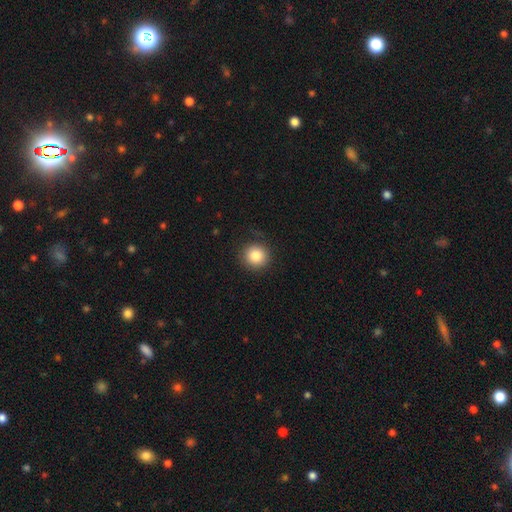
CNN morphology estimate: The model was most divided on "smooth or featured": smooth: 84%, star or artifact: 9%, featured or disk: 6%. More confident: how rounded — round (93%); merging — none (87%).